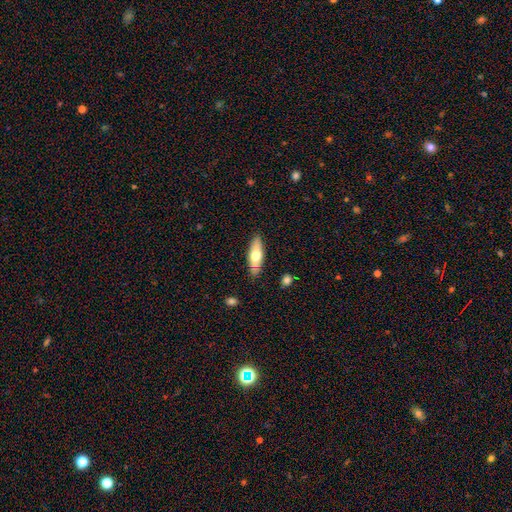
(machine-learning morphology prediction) Smooth or featured: smooth — 61% (featured or disk — 33%)
How rounded: in between — 57% (cigar-shaped — 41%)
Merging: none — 86% (minor disturbance — 11%)